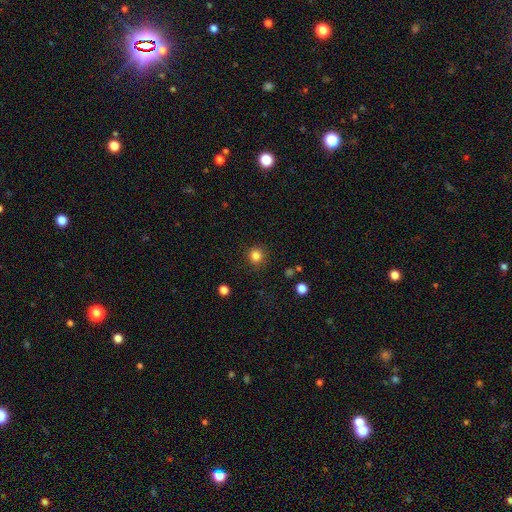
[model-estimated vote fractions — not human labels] smooth-or-featured: smooth: 84% | star or artifact: 12% | featured or disk: 4%
  how-rounded: round: 92% | in between: 7% | cigar-shaped: 1%
  merging: none: 88% | minor disturbance: 7% | major disturbance: 3% | merger: 1%